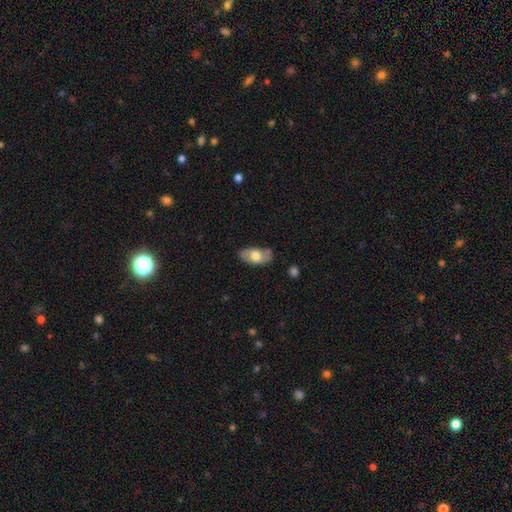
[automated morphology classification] Q: Smooth or featured?
A: smooth (57%); runner-up: featured or disk (37%)
Q: How rounded?
A: in between (93%); runner-up: round (4%)
Q: Merging?
A: none (76%); runner-up: minor disturbance (18%)